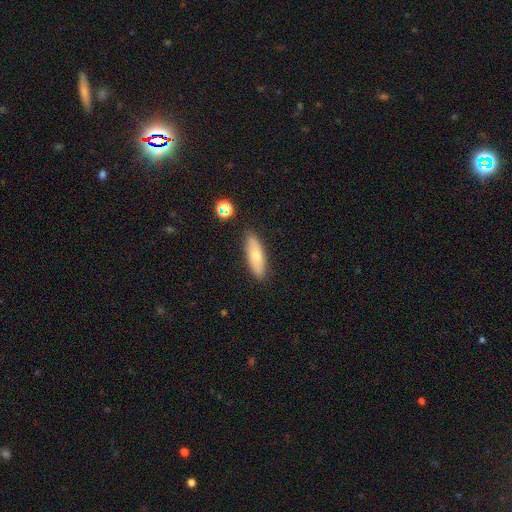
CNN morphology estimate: This is likely a smooth galaxy (68%). How rounded: possibly in between (55%). Merging: clearly none (85%).